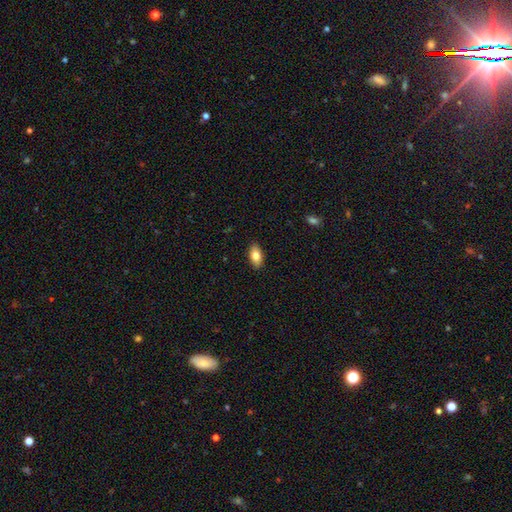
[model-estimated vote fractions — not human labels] Smooth or featured? smooth (81%)
How rounded? in between (91%)
Merging? none (90%)